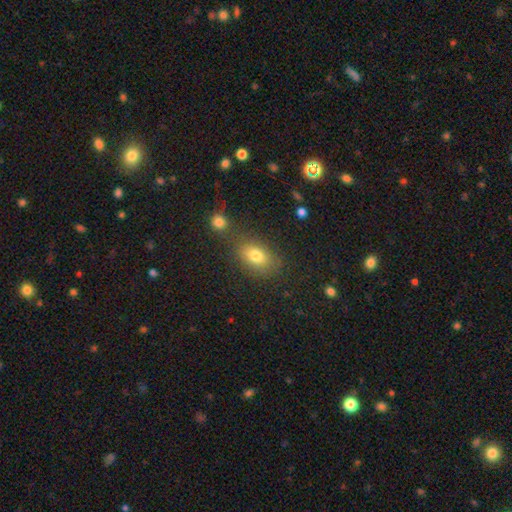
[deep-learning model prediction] This appears to be a smooth galaxy with no disk features (78%) that is in between round and cigar-shaped (78%). Merging: none (67%).